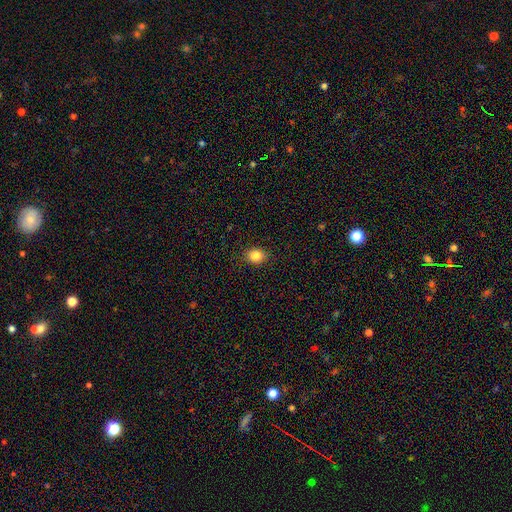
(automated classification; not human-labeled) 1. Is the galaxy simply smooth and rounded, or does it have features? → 84% smooth, 11% star or artifact, 5% featured or disk.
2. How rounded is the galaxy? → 61% round, 38% in between, 1% cigar-shaped.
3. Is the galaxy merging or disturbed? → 89% none, 8% minor disturbance, 2% major disturbance, 1% merger.